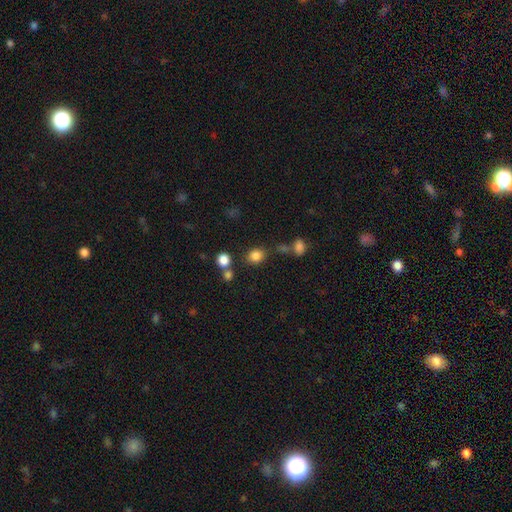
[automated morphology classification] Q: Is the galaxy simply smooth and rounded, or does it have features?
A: smooth — 83%.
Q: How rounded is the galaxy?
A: round — 63%.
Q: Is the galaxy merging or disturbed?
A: none — 73%.